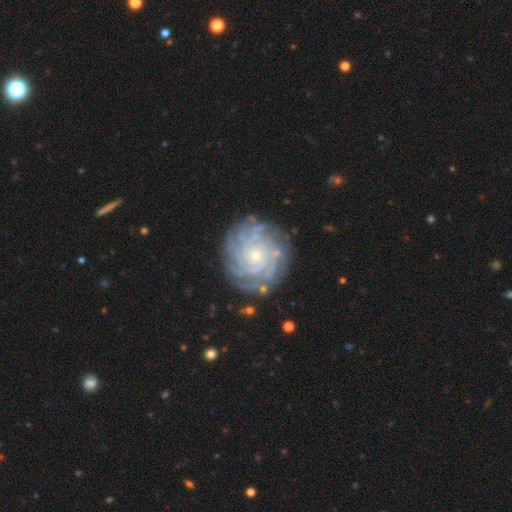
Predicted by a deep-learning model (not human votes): This appears to be a featured or disk galaxy (87%) with no bar (80%), more than 4 (31%) tight (83%) spiral arms (97%) and a small central bulge (75%). Merging: none (83%).